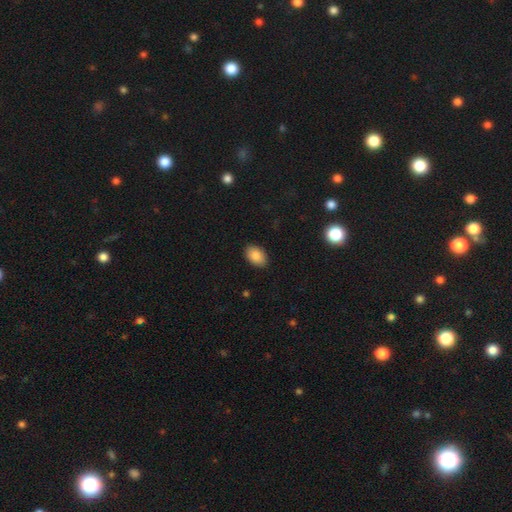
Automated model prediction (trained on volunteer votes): smooth-or-featured: smooth: 87% | star or artifact: 7% | featured or disk: 6%
  how-rounded: in between: 90% | round: 9% | cigar-shaped: 1%
  merging: none: 89% | minor disturbance: 8% | major disturbance: 2% | merger: 1%